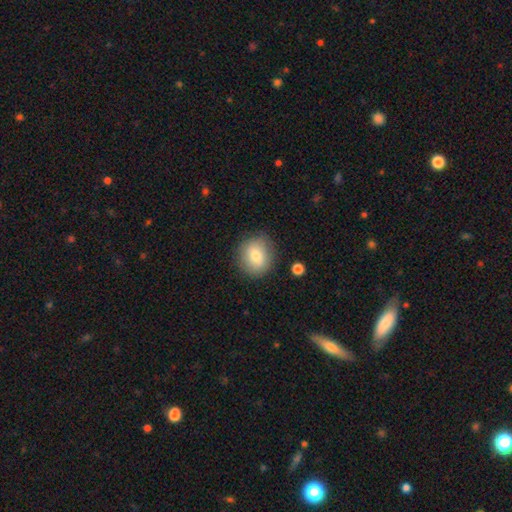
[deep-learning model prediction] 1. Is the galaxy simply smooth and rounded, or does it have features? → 78% smooth, 14% featured or disk, 9% star or artifact.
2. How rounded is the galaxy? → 80% round, 19% in between, 1% cigar-shaped.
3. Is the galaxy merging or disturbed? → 85% none, 11% minor disturbance, 3% major disturbance, 2% merger.